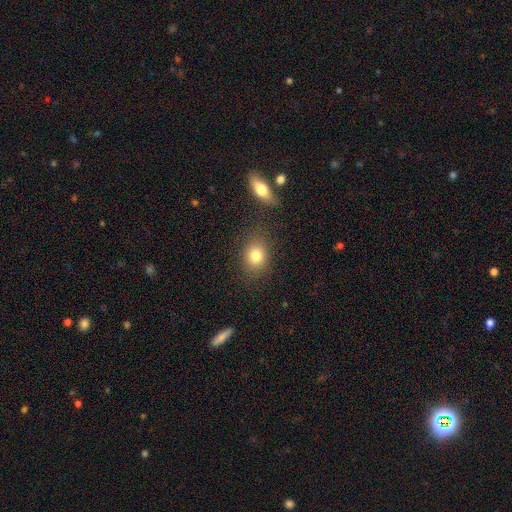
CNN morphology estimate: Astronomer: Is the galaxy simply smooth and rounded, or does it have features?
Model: smooth — 80%.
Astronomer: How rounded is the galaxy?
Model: round — 57% (runner-up: in between, 42%).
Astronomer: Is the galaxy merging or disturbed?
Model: none — 80%.